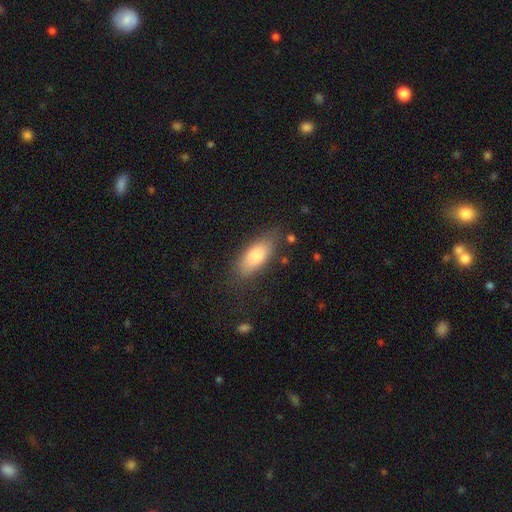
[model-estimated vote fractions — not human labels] This is clearly a smooth galaxy (80%). How rounded: clearly in between (80%). Merging: likely none (74%).